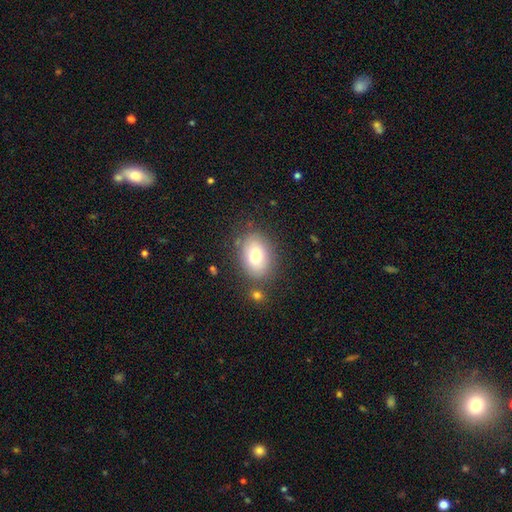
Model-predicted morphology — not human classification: A smooth galaxy with no disk features (77%) that is in between round and cigar-shaped (83%). Merging: none (78%).